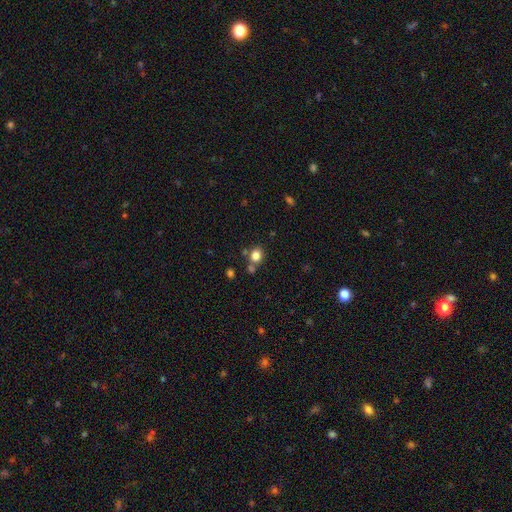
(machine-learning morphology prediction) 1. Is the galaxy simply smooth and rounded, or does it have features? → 81% smooth, 12% star or artifact, 6% featured or disk.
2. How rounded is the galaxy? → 73% round, 26% in between, 1% cigar-shaped.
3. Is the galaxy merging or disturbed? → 69% none, 16% merger, 11% minor disturbance, 4% major disturbance.